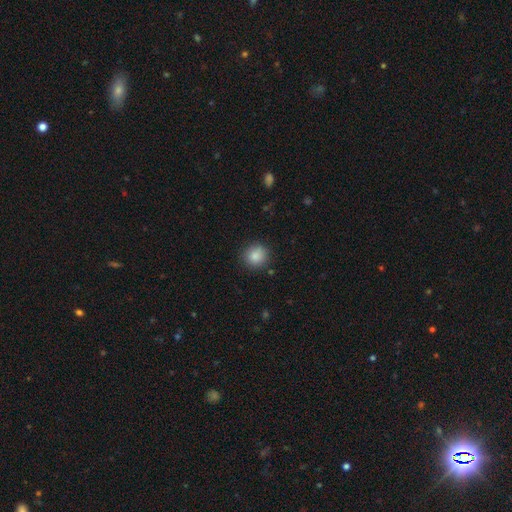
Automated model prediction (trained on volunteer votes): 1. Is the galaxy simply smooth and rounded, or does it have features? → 86% smooth, 9% star or artifact, 5% featured or disk.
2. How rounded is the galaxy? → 89% round, 10% in between, 1% cigar-shaped.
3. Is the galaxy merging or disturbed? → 86% none, 9% minor disturbance, 3% major disturbance, 2% merger.